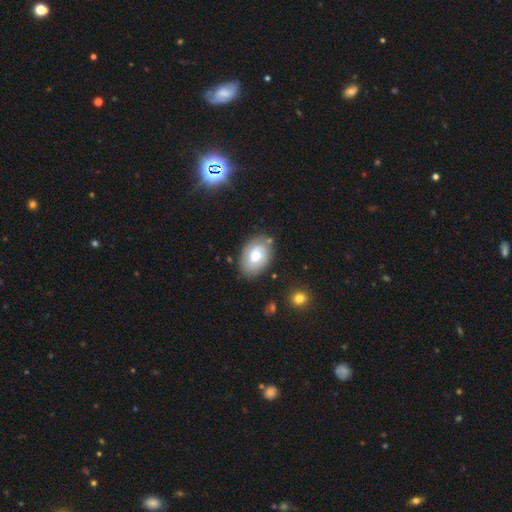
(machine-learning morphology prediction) Smooth or featured? Predicted: smooth (p=0.55). How rounded? Predicted: in between (p=0.85). Merging? Predicted: none (p=0.75).